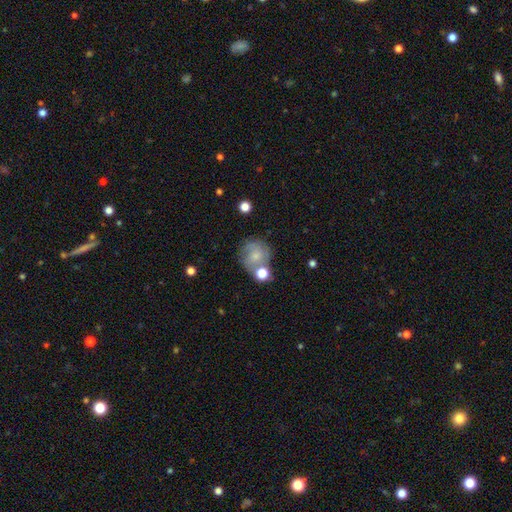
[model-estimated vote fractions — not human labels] A smooth galaxy with no disk features (53%) that is round (82%). Merging: none (51%).